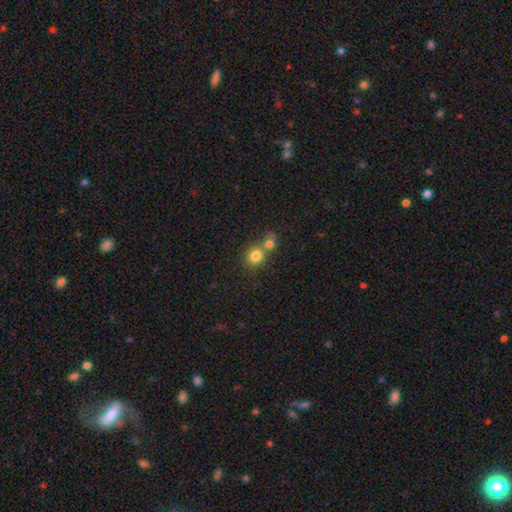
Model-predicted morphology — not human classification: Smooth or featured: smooth — 80% (star or artifact — 11%)
How rounded: round — 79% (in between — 20%)
Merging: merger — 48% (none — 41%)